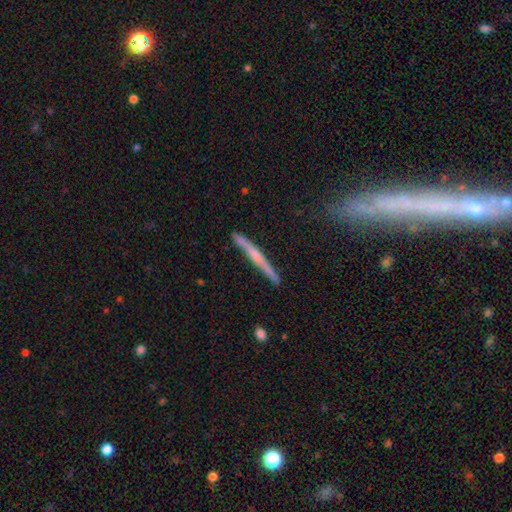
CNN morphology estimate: smooth_or_featured: featured or disk (p=0.59) [alt: smooth p=0.35]
disk_edge_on: yes (p=0.96) [alt: no p=0.04]
edge_on_bulge: rounded (p=0.44) [tied with: none p=0.44]
merging: none (p=0.82) [alt: minor disturbance p=0.13]